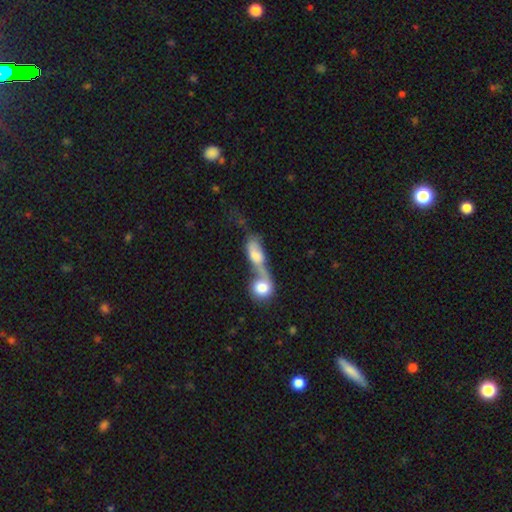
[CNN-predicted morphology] A smooth galaxy with no disk features (63%) that is in between round and cigar-shaped (61%).

Vote fractions:
- Smooth or featured? smooth: 63% / featured or disk: 28% / star or artifact: 9%
- How rounded? in between: 61% / round: 23% / cigar-shaped: 15%
- Merging? merger: 75% / none: 11% / major disturbance: 8% / minor disturbance: 5%